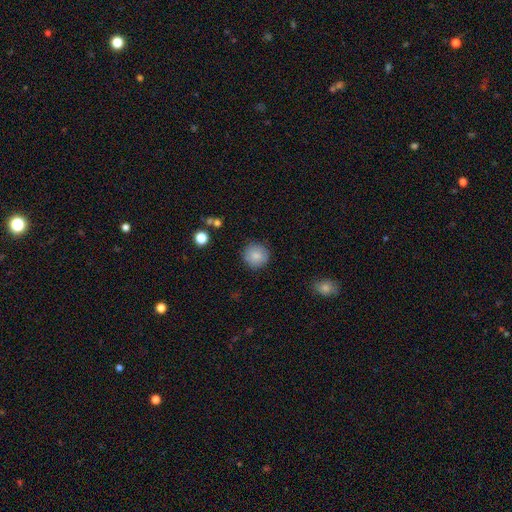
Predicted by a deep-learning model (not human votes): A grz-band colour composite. It shows a smooth galaxy with no disk features (85%) that is round (94%). Merging: none (89%).